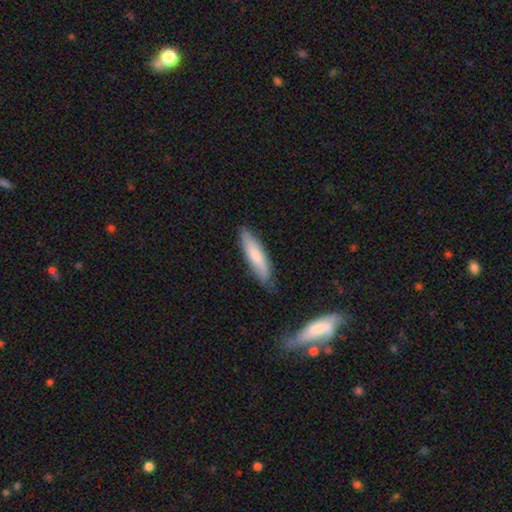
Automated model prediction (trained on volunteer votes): This is likely a smooth galaxy (73%). How rounded: likely cigar-shaped (72%). Merging: likely none (77%).